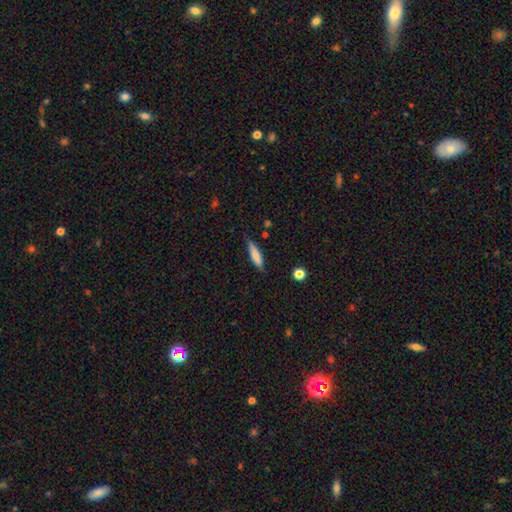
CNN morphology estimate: Smooth or featured? Predicted: smooth (p=0.77). How rounded? Predicted: cigar-shaped (p=0.73). Merging? Predicted: none (p=0.81).